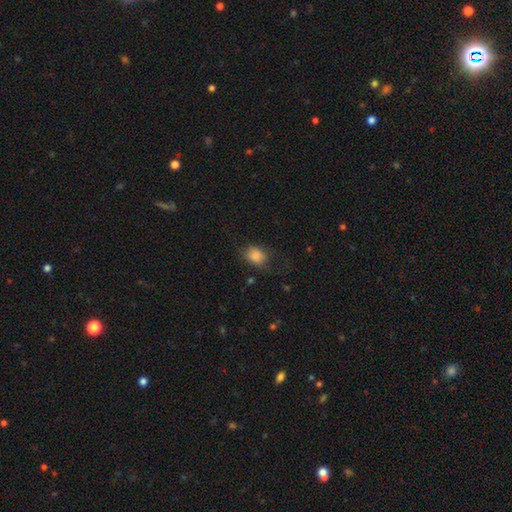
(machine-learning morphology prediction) smooth 84%, star or artifact 9%, featured or disk 6%. Down the decision tree: how rounded — in between (57%); merging — none (59%).